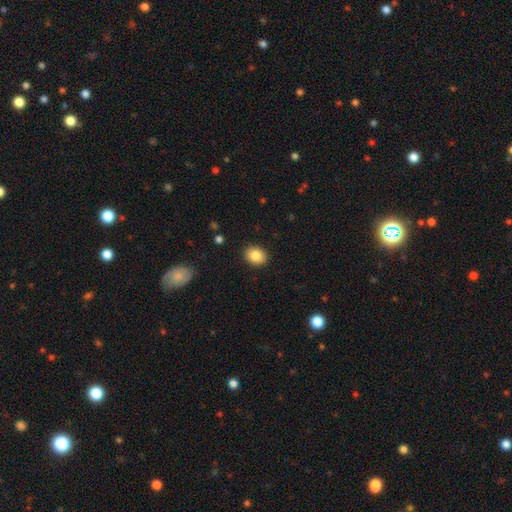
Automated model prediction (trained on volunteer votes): The model was most divided on "how rounded": in between: 53%, round: 46%, cigar-shaped: 1%. More confident: merging — none (90%); smooth or featured — smooth (85%).